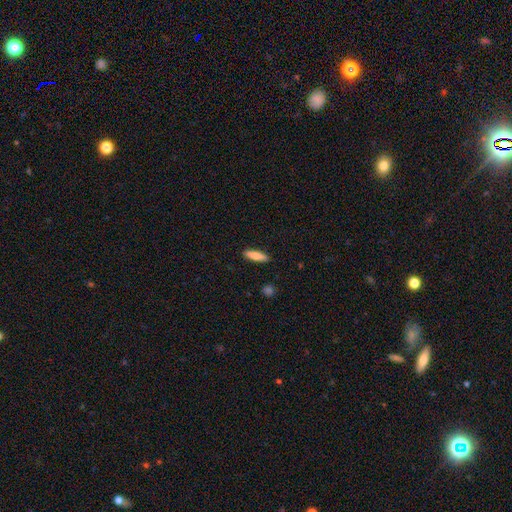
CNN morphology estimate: Smooth or featured: smooth — 74% (featured or disk — 20%)
How rounded: cigar-shaped — 61% (in between — 37%)
Merging: none — 89% (minor disturbance — 8%)